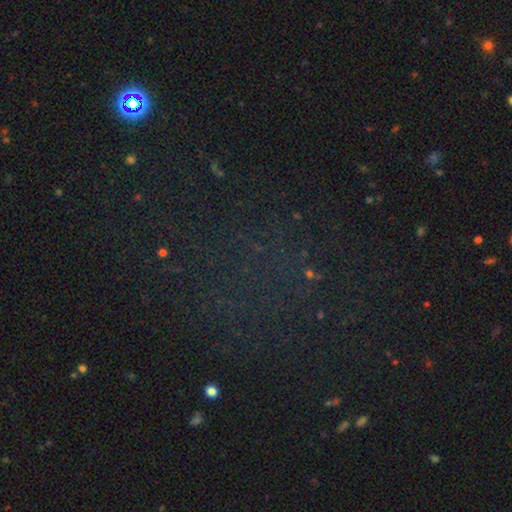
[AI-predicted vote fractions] Smooth or featured: star or artifact — 70% (smooth — 19%)